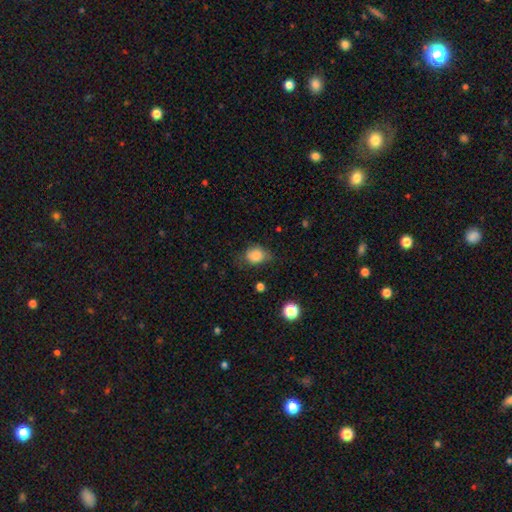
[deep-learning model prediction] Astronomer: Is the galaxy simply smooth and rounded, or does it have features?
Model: smooth — 83%.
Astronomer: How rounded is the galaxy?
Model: round — 50% (runner-up: in between, 49%).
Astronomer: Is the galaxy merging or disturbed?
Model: none — 53% (runner-up: minor disturbance, 34%).